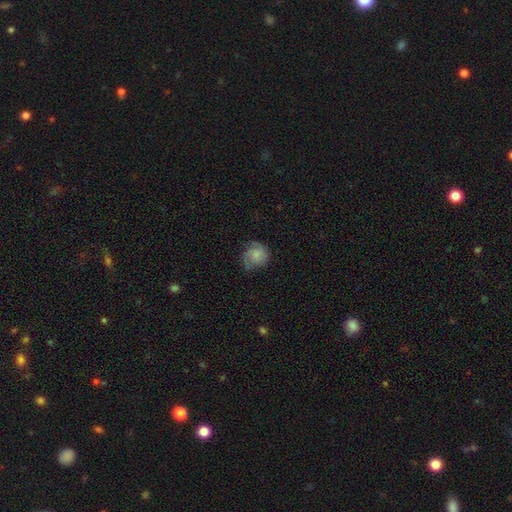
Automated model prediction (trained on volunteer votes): Smooth or featured? smooth (50%)
Merging? none (61%)